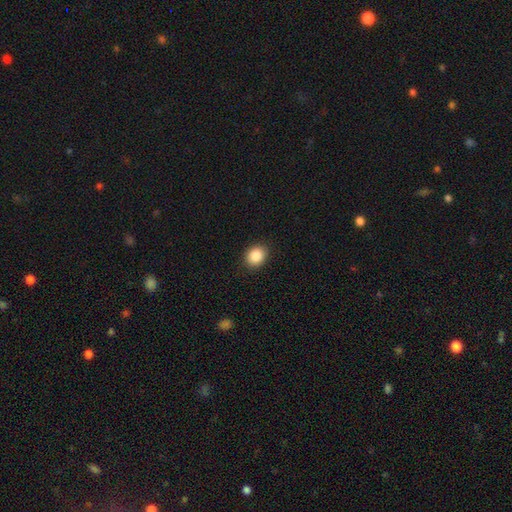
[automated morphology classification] A smooth galaxy with no disk features (87%) that is round (54%).

Vote fractions:
- Smooth or featured? smooth: 87% / star or artifact: 8% / featured or disk: 4%
- How rounded? round: 54% / in between: 45% / cigar-shaped: 1%
- Merging? none: 90% / minor disturbance: 7% / major disturbance: 2% / merger: 1%